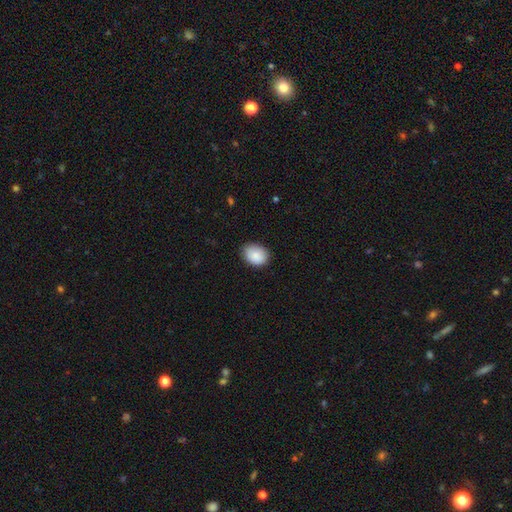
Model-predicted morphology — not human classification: Overall: smooth (88%). How rounded: in between (65%; round 34%). Merging: none (83%).